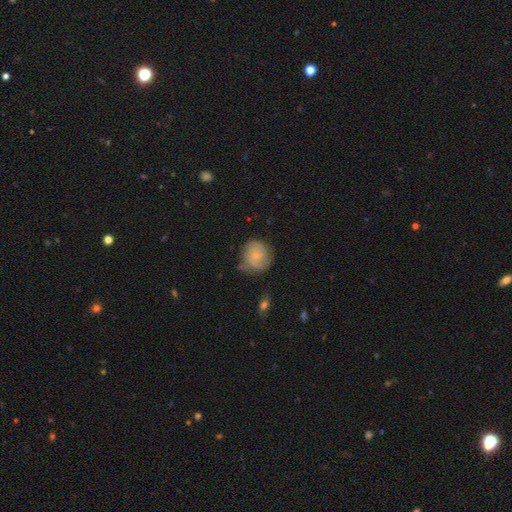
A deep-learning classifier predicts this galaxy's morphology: Q: Smooth or featured?
A: featured or disk (52%); runner-up: smooth (41%)
Q: Edge-on disk?
A: no (98%); runner-up: yes (2%)
Q: Bar?
A: no (74%); runner-up: weak (23%)
Q: Spiral arms?
A: yes (85%); runner-up: no (15%)
Q: Bulge size?
A: small (72%); runner-up: moderate (18%)
Q: Merging?
A: none (61%); runner-up: minor disturbance (26%)